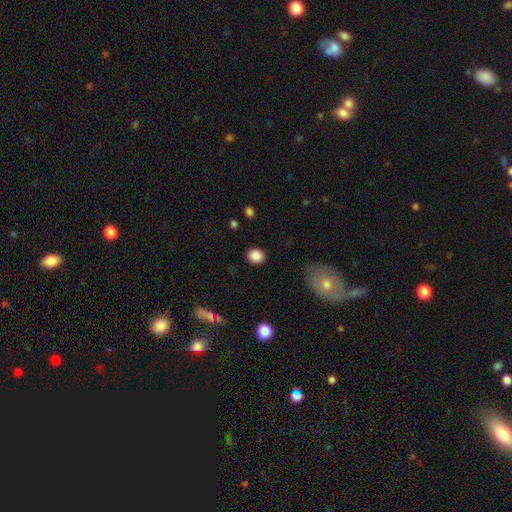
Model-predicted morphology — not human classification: smooth-or-featured: smooth: 87% | star or artifact: 9% | featured or disk: 4%
  how-rounded: round: 81% | in between: 18% | cigar-shaped: 1%
  merging: none: 89% | minor disturbance: 7% | major disturbance: 3% | merger: 1%